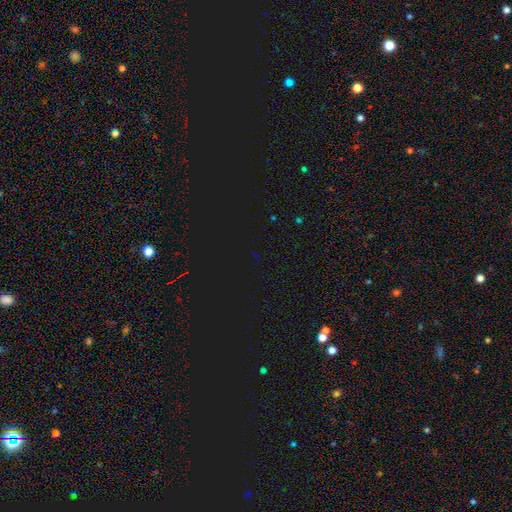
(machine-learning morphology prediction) smooth-or-featured: star or artifact: 77% | smooth: 16% | featured or disk: 6%